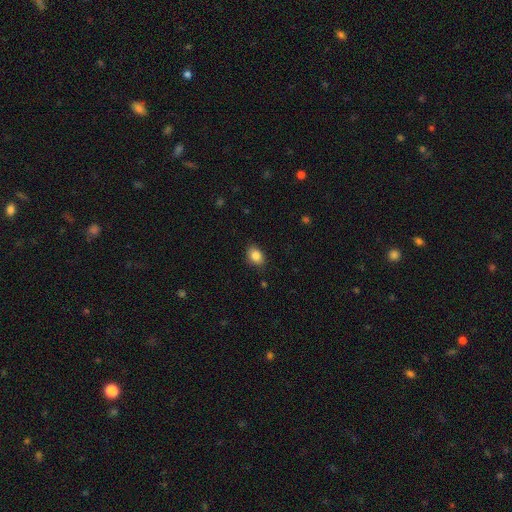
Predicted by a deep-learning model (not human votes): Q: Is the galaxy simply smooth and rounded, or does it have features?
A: smooth — 86%.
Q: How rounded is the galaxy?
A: in between — 74%.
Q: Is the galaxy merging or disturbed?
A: none — 86%.